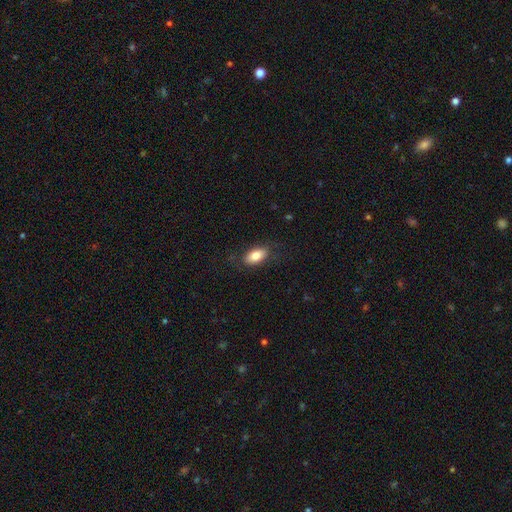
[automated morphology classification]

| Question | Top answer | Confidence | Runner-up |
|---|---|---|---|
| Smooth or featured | smooth | 81% | featured or disk (12%) |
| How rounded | in between | 90% | cigar-shaped (6%) |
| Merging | none | 80% | minor disturbance (14%) |